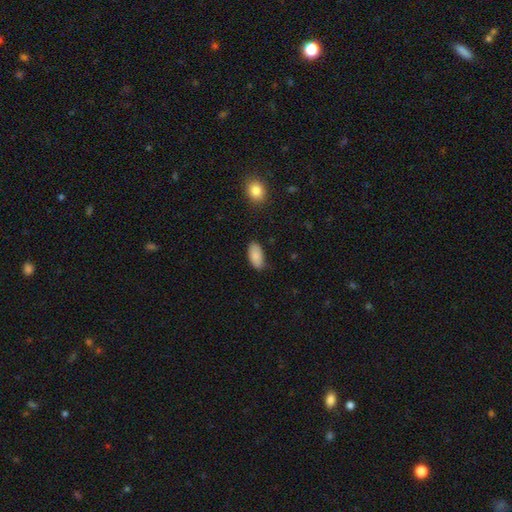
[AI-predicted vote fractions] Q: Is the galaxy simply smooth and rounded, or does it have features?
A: smooth — 88%.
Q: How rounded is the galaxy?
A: in between — 94%.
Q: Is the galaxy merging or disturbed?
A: none — 76%.